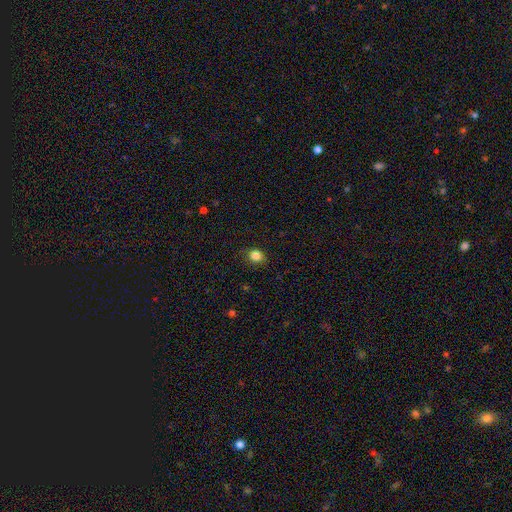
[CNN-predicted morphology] type=smooth (84%); roundness=round (67%); merging=none (85%).